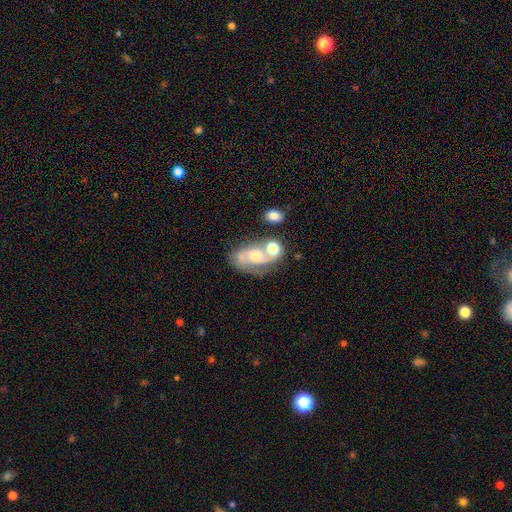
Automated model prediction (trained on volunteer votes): This appears to be a featured or disk galaxy (64%) with no bar (69%), spiral arms (80%) and a moderate central bulge (45%). Merging: none (37%).